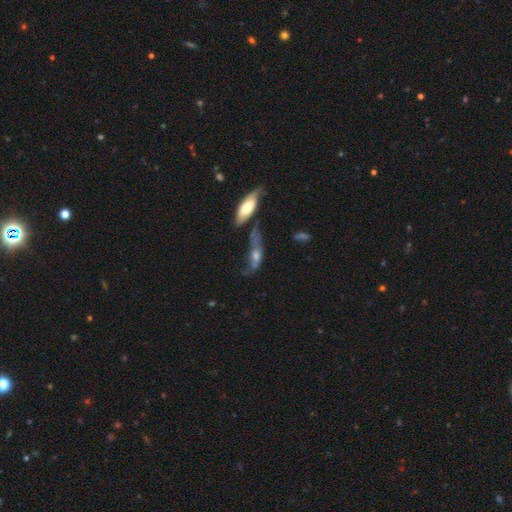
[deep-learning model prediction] featured or disk 48%, smooth 39%, star or artifact 13%. Down the decision tree: merging — none (29%).